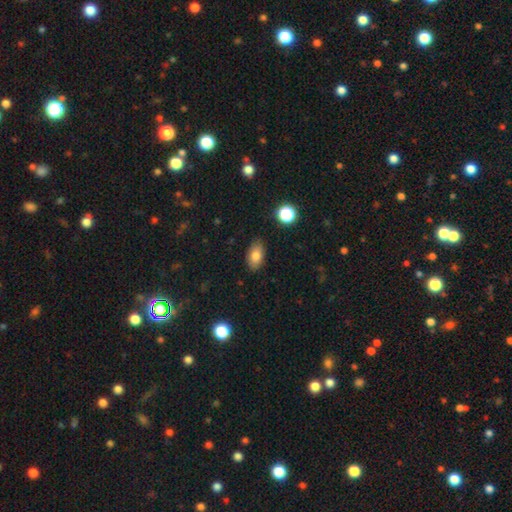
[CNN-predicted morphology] A smooth galaxy with no disk features (80%) that is in between round and cigar-shaped (90%). Merging: none (85%).